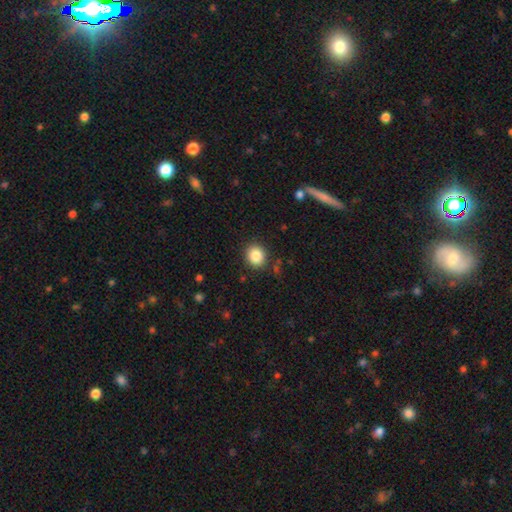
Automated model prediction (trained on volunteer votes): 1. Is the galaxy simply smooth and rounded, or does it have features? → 85% smooth, 10% star or artifact, 5% featured or disk.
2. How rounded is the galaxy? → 79% round, 20% in between, 1% cigar-shaped.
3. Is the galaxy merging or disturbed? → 88% none, 8% minor disturbance, 3% major disturbance, 2% merger.